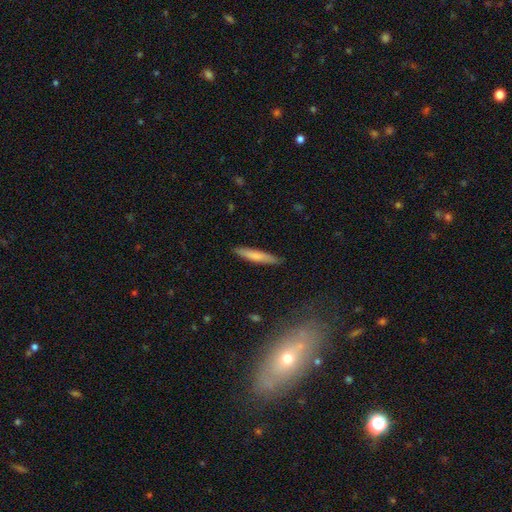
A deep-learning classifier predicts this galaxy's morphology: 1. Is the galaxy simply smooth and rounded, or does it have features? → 74% smooth, 20% featured or disk, 5% star or artifact.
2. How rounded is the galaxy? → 92% cigar-shaped, 7% in between, 1% round.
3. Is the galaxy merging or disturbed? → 88% none, 9% minor disturbance, 2% major disturbance, 1% merger.